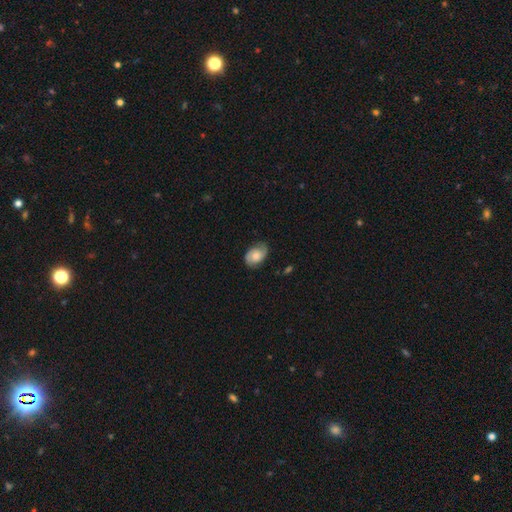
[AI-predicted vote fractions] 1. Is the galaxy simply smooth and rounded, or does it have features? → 56% featured or disk, 37% smooth, 7% star or artifact.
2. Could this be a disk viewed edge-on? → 97% no, 3% yes.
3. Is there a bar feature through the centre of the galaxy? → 71% no, 25% weak, 4% strong.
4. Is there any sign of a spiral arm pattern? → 90% yes, 10% no.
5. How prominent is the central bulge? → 47% moderate, 26% small, 16% large, 9% none, 2% dominant.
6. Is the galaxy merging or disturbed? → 75% none, 19% minor disturbance, 5% major disturbance, 1% merger.